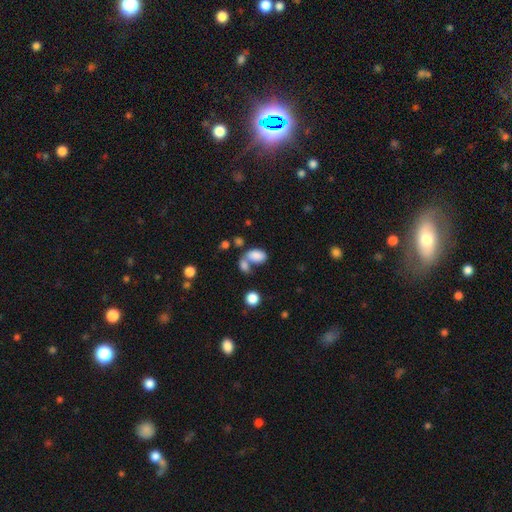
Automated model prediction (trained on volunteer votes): Q: Smooth or featured?
A: smooth (82%); runner-up: star or artifact (9%)
Q: How rounded?
A: in between (91%); runner-up: round (8%)
Q: Merging?
A: merger (48%); runner-up: none (34%)